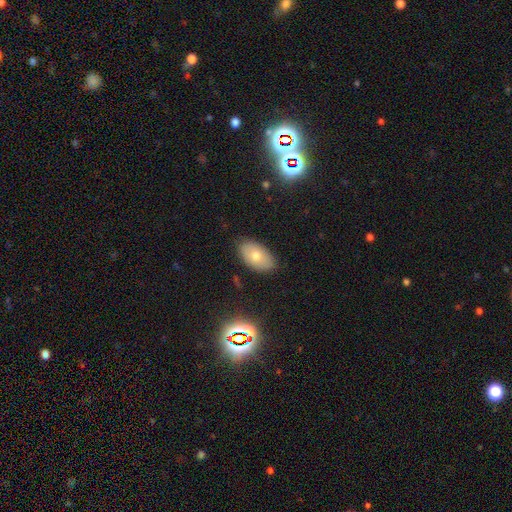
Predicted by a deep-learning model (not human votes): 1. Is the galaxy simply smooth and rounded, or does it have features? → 64% smooth, 22% featured or disk, 14% star or artifact.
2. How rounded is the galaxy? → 92% in between, 6% round, 2% cigar-shaped.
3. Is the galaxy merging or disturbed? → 85% none, 11% minor disturbance, 3% major disturbance, 1% merger.